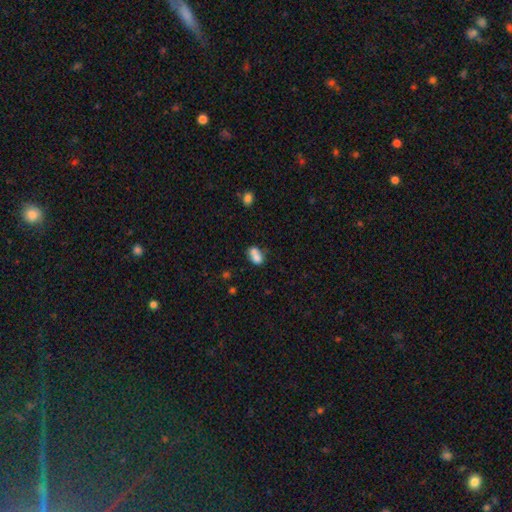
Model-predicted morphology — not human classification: smooth_or_featured: smooth (p=0.74) [alt: featured or disk p=0.16]
how_rounded: in between (p=0.73) [alt: round p=0.25]
merging: merger (p=0.53) [alt: none p=0.29]